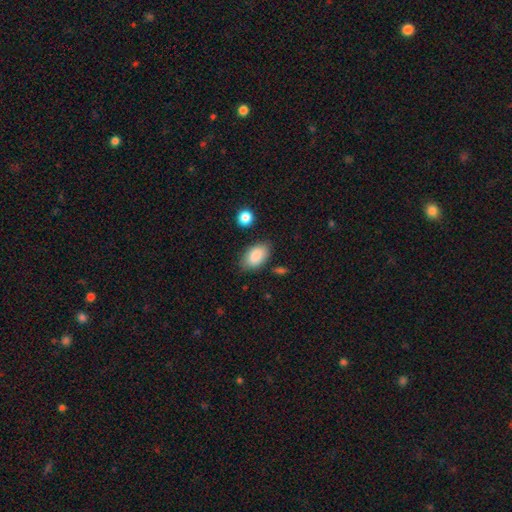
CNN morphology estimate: smooth-or-featured: smooth: 87% | star or artifact: 7% | featured or disk: 6%
  how-rounded: in between: 93% | round: 6% | cigar-shaped: 2%
  merging: none: 77% | minor disturbance: 16% | major disturbance: 4% | merger: 3%